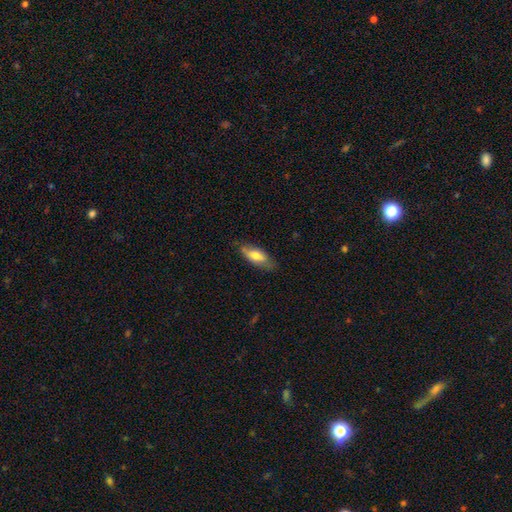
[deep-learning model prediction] smooth 67%, featured or disk 27%, star or artifact 6%. Down the decision tree: how rounded — in between (76%); merging — none (73%).